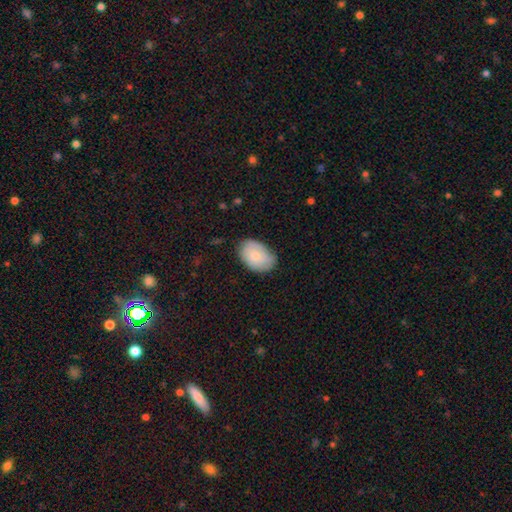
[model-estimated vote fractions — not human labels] A smooth galaxy with no disk features (74%) that is in between round and cigar-shaped (86%). Merging: none (74%).